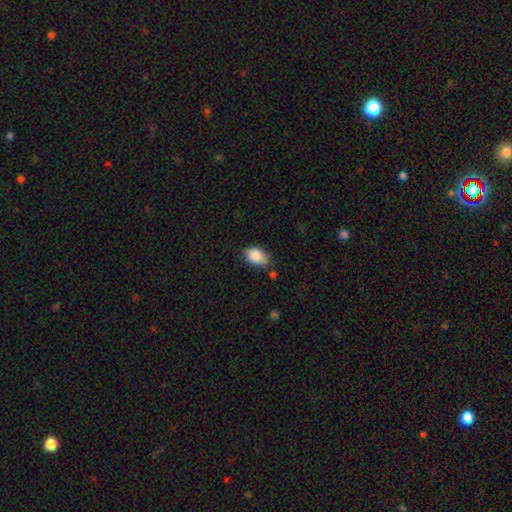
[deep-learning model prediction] Q: Smooth or featured?
A: smooth (87%); runner-up: star or artifact (7%)
Q: How rounded?
A: in between (82%); runner-up: round (16%)
Q: Merging?
A: none (67%); runner-up: minor disturbance (24%)